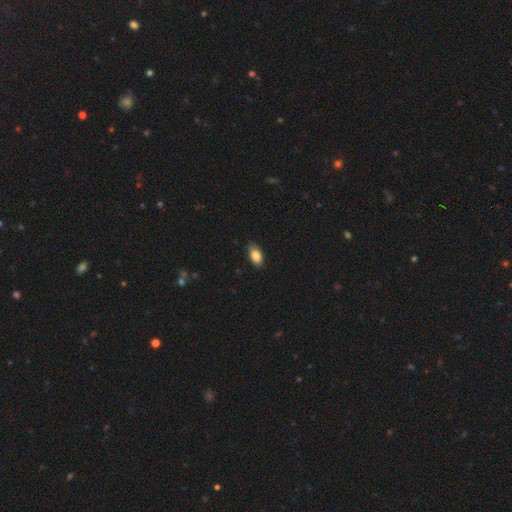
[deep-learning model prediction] A smooth galaxy with no disk features (86%) that is in between round and cigar-shaped (91%). Merging: none (81%).